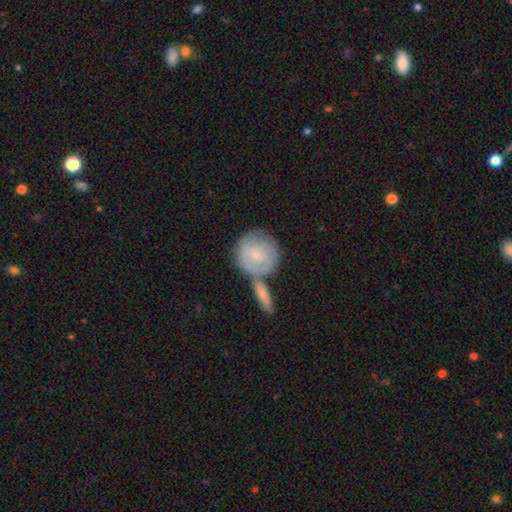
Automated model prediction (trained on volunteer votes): Overall: smooth (58%; featured or disk 36%). How rounded: round (87%). Merging: none (46%; merger 35%).